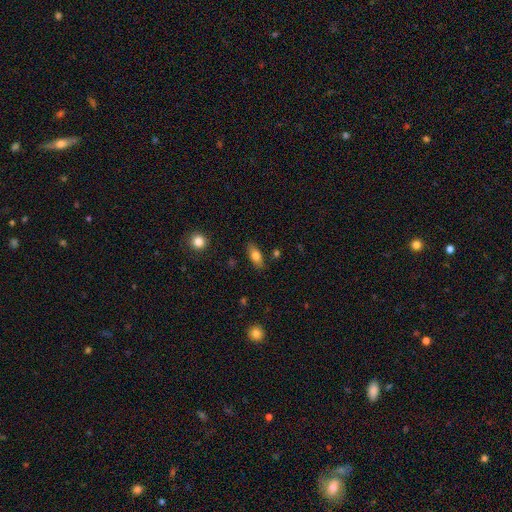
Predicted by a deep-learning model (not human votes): smooth 76%, featured or disk 16%, star or artifact 8%. Down the decision tree: how rounded — in between (82%); merging — none (83%).